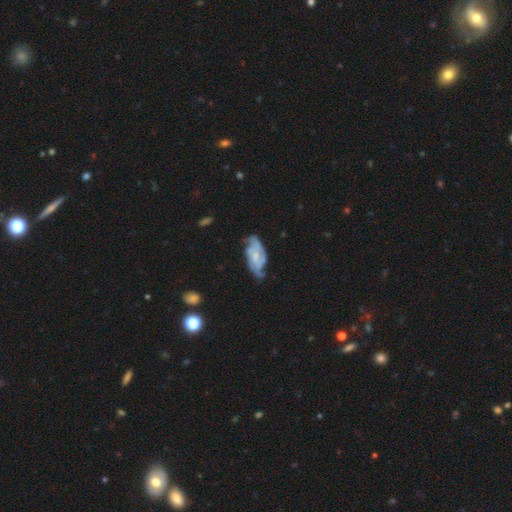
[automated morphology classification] Overall: featured or disk (81%). Edge-on disk: no (95%). Bar: no (60%; weak 33%). Spiral arms: yes (93%). Spiral arm count: 2 (48%; can't tell 20%). Spiral winding: tight (43%; medium 42%). Bulge size: small (53%; moderate 33%). Merging: none (58%; minor disturbance 27%).